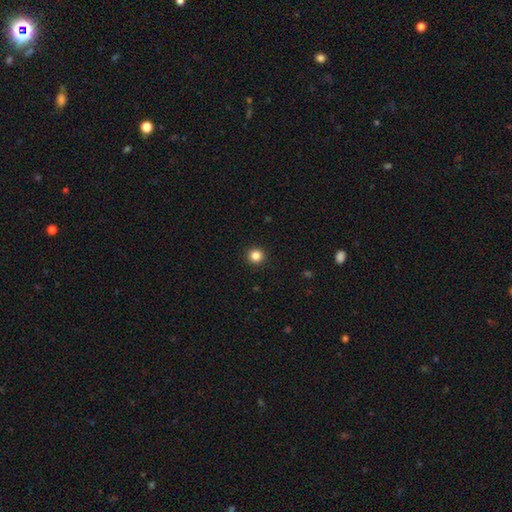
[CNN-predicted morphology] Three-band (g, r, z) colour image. It shows a smooth galaxy with no disk features (84%) that is round (95%). Merging: none (94%).